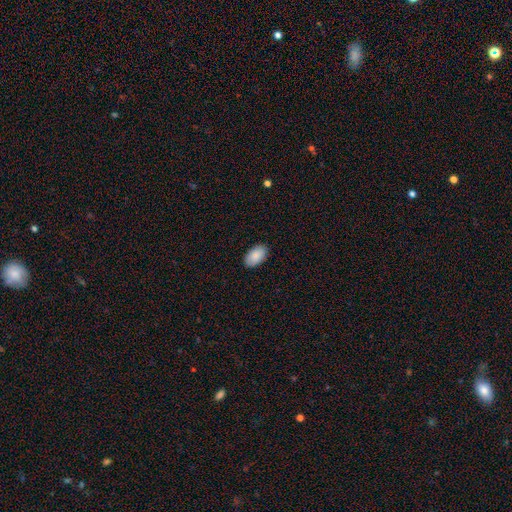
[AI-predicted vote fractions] smooth-or-featured: smooth: 89% | star or artifact: 6% | featured or disk: 5%
  how-rounded: in between: 95% | round: 4% | cigar-shaped: 1%
  merging: none: 89% | minor disturbance: 8% | major disturbance: 2% | merger: 1%